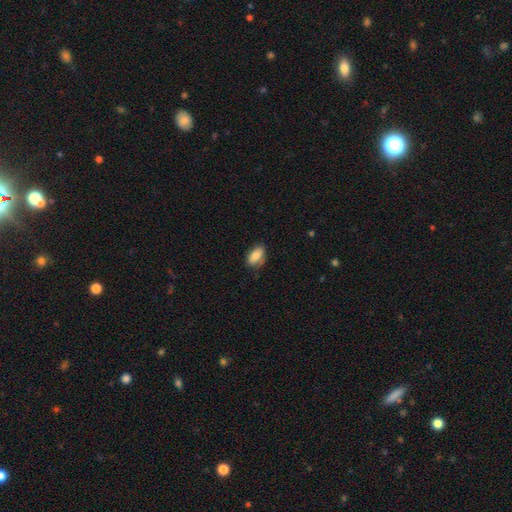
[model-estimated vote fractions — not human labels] Overall: smooth (82%). How rounded: in between (90%). Merging: none (68%).